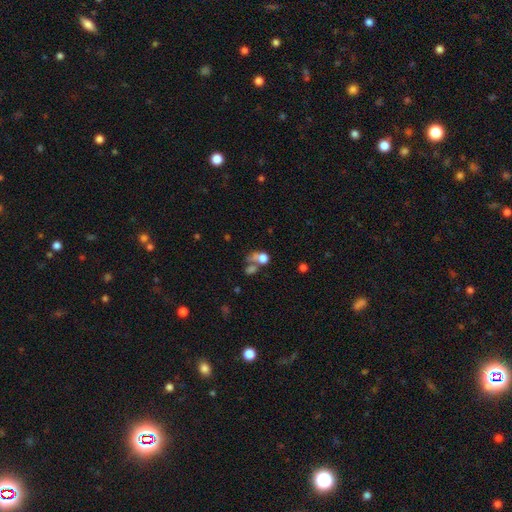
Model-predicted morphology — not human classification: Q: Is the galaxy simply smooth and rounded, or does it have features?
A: smooth — 48%.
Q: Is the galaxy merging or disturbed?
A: merger — 39%, tied with none.